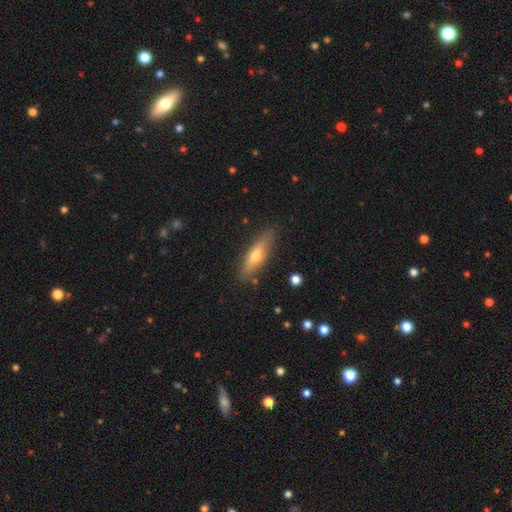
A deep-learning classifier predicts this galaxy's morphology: Smooth or featured: smooth — 47% (featured or disk — 46%)
Merging: none — 86% (minor disturbance — 11%)